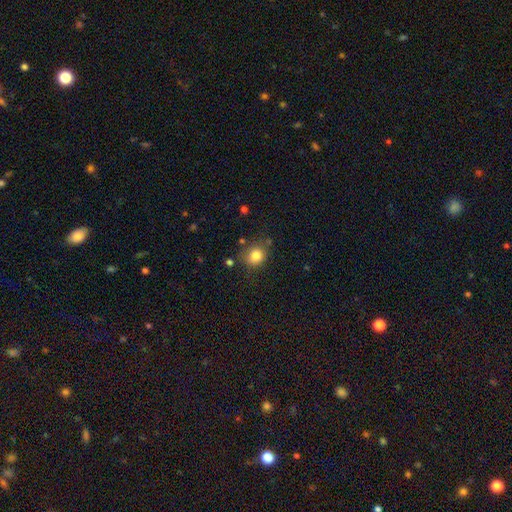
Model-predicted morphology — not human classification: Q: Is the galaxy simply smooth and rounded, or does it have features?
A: smooth — 83%.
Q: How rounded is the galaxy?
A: round — 75%.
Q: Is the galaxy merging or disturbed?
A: none — 73%.